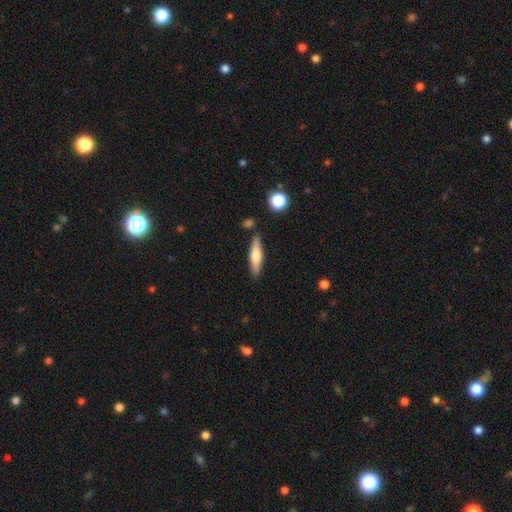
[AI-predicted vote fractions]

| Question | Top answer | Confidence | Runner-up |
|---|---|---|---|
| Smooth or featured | smooth | 55% | featured or disk (39%) |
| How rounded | cigar-shaped | 72% | in between (26%) |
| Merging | none | 84% | minor disturbance (10%) |